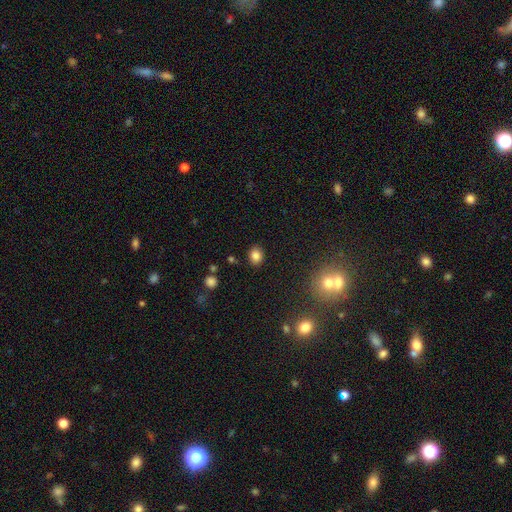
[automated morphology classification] This appears to be a smooth galaxy with no disk features (82%) that is round (58%). Merging: none (87%).